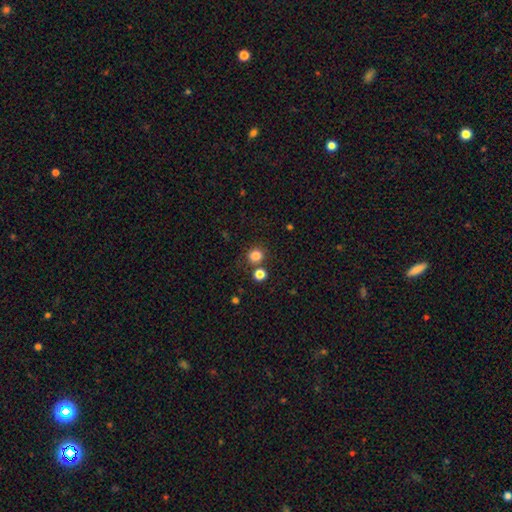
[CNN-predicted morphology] type=smooth (82%); roundness=round (87%); merging=none (78%).